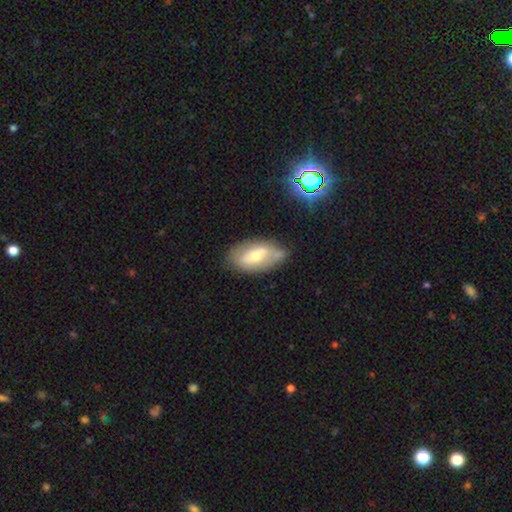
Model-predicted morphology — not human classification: type=featured or disk (51%); edge-on=no (87%); merging=none (64%).